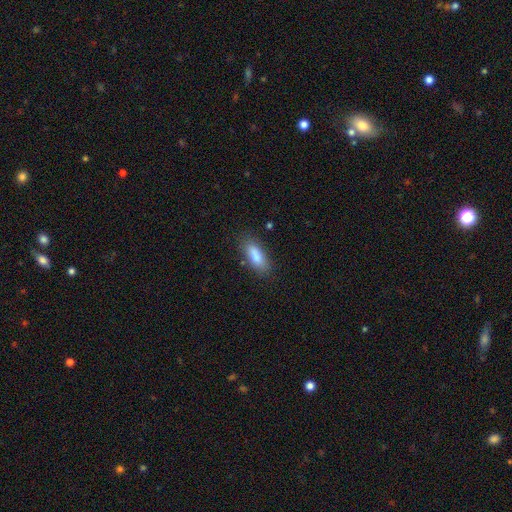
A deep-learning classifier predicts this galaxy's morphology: The model was most divided on "how rounded": in between: 71%, cigar-shaped: 27%, round: 2%. More confident: smooth or featured — smooth (84%); merging — none (78%).